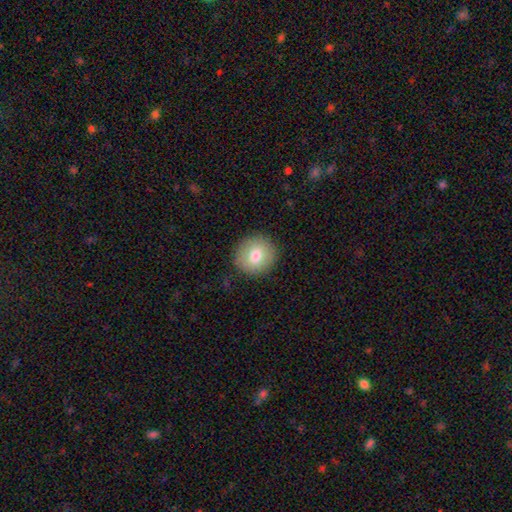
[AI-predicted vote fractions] Smooth or featured: smooth — 78% (featured or disk — 14%)
How rounded: round — 90% (in between — 9%)
Merging: none — 88% (minor disturbance — 8%)